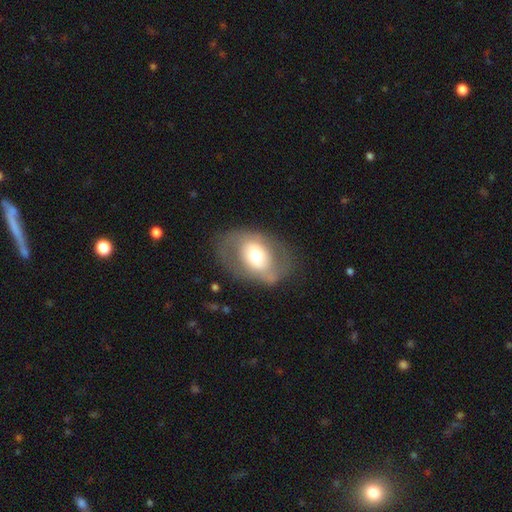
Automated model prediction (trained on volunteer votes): featured or disk 47%, smooth 46%, star or artifact 7%. Down the decision tree: merging — none (69%).